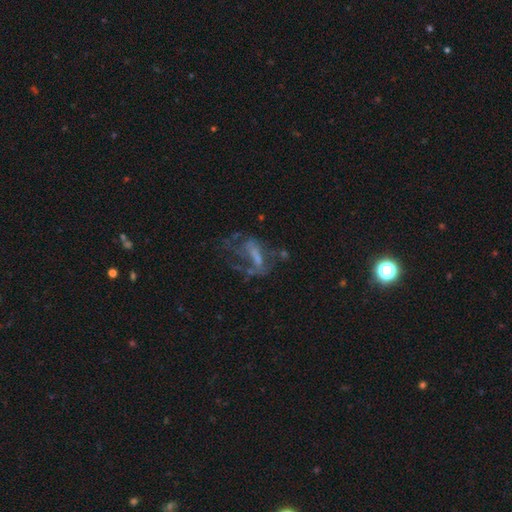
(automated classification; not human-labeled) smooth_or_featured: featured or disk (p=0.60) [alt: smooth p=0.24]
disk_edge_on: no (p=0.92) [alt: yes p=0.08]
bar: no (p=0.44) [alt: weak p=0.32]
has_spiral_arms: no (p=0.58) [alt: yes p=0.42]
bulge_size: none (p=0.45) [alt: small p=0.29]
merging: major disturbance (p=0.45) [alt: none p=0.30]